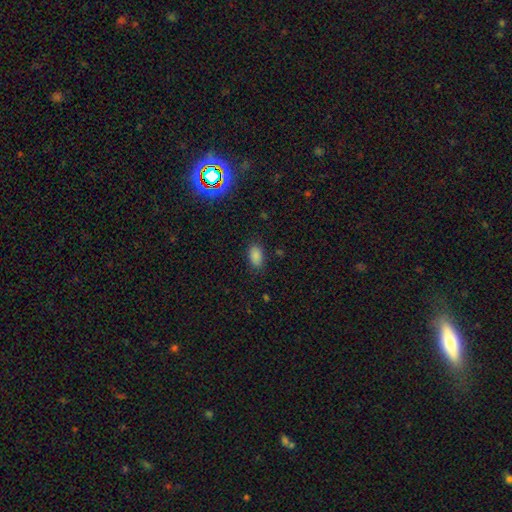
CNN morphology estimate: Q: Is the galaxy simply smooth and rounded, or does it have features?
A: smooth — 85%.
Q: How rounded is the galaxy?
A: in between — 92%.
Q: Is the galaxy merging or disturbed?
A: none — 83%.